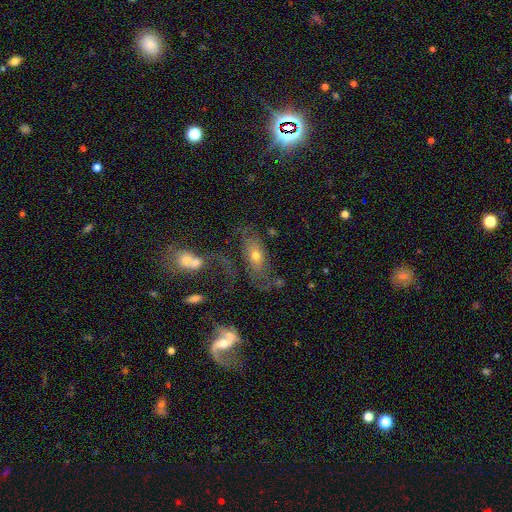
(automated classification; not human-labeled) Morphology: type=featured or disk (49%); merging=none (37%).